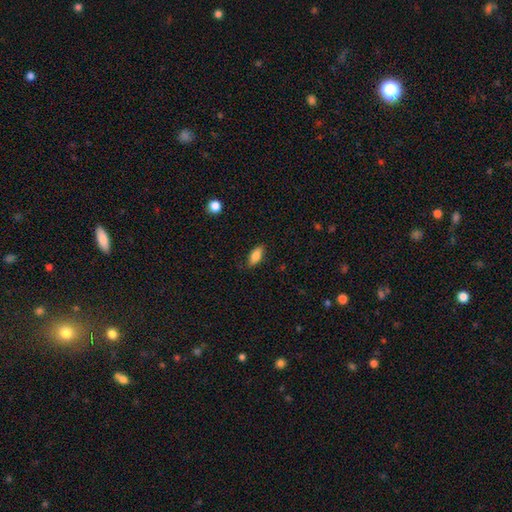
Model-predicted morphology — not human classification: smooth-or-featured: smooth: 83% | featured or disk: 9% | star or artifact: 7%
  how-rounded: in between: 85% | cigar-shaped: 12% | round: 3%
  merging: none: 81% | minor disturbance: 15% | major disturbance: 3% | merger: 1%